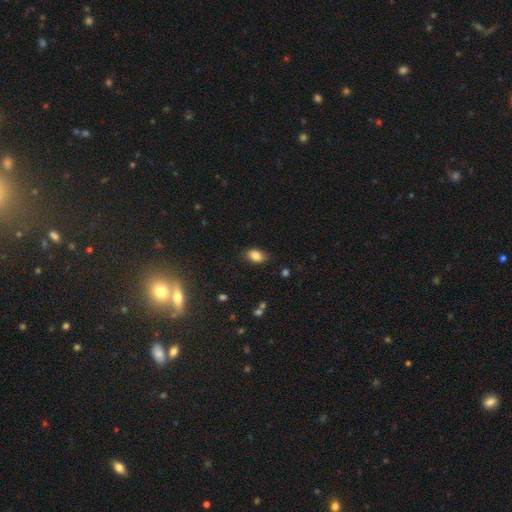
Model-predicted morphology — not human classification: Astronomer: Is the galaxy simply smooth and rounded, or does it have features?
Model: smooth — 84%.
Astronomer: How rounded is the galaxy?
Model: in between — 86%.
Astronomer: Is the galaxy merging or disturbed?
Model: none — 80%.